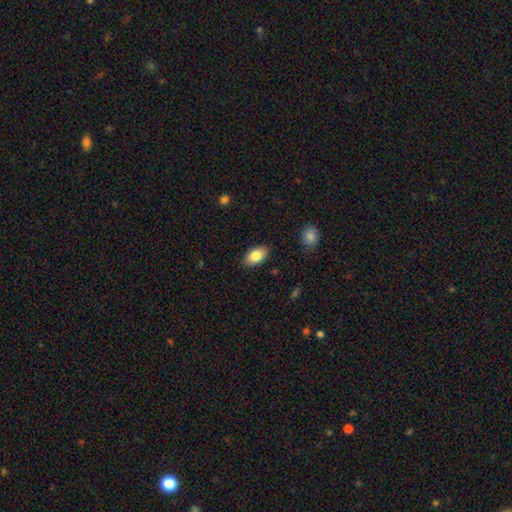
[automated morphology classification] smooth_or_featured: smooth (p=0.83) [alt: featured or disk p=0.10]
how_rounded: in between (p=0.92) [alt: round p=0.07]
merging: none (p=0.87) [alt: minor disturbance p=0.10]